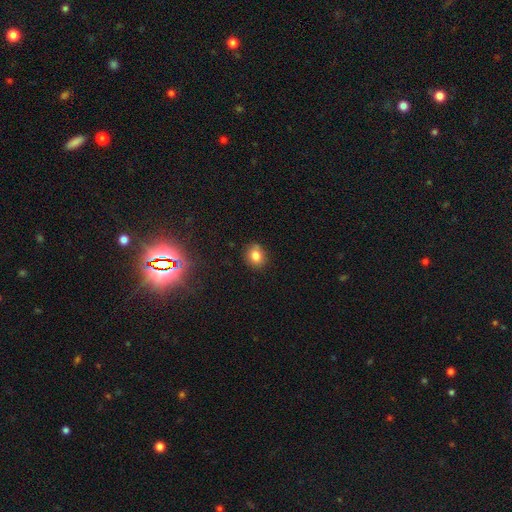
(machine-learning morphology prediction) Overall: smooth (81%). How rounded: round (68%; in between 31%). Merging: none (85%).